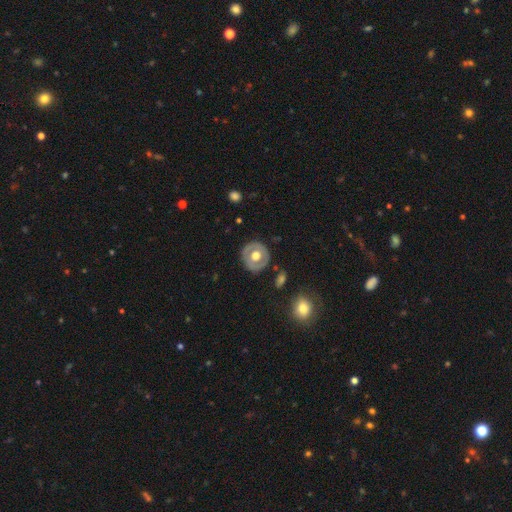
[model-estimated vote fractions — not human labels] A featured or disk galaxy (49%). Merging: none (85%).